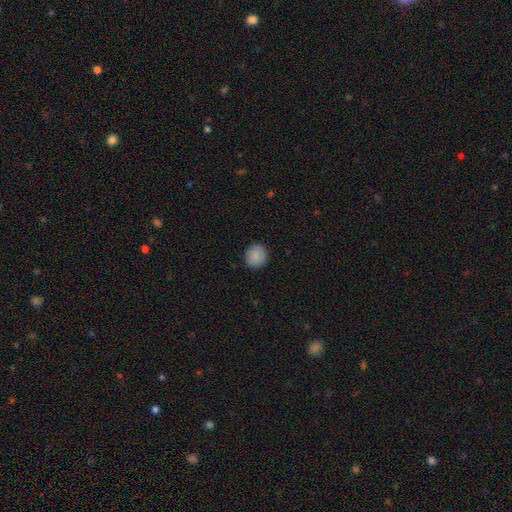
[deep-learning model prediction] Smooth or featured? smooth (87%)
How rounded? round (91%)
Merging? none (91%)